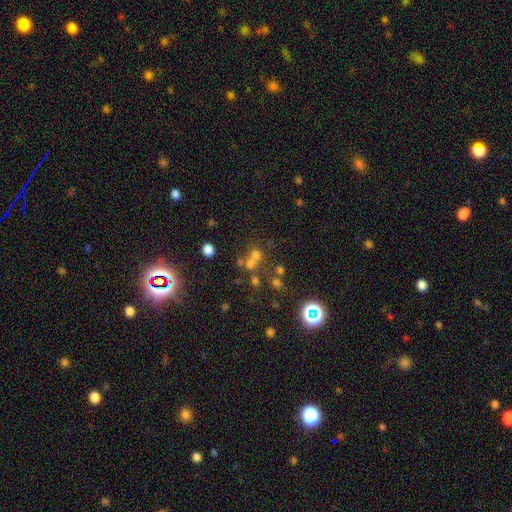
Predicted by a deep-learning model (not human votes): Overall: smooth (49%; star or artifact 34%). Merging: none (47%; merger 39%).